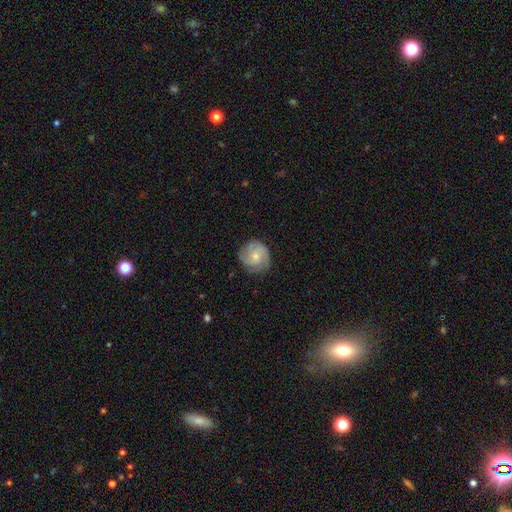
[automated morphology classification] type=featured or disk (58%); edge-on=no (98%); bar=no (74%); spiral arms=yes (89%); winding=tight (52%); arm count=3 (34%); bulge=small (53%); merging=none (77%).